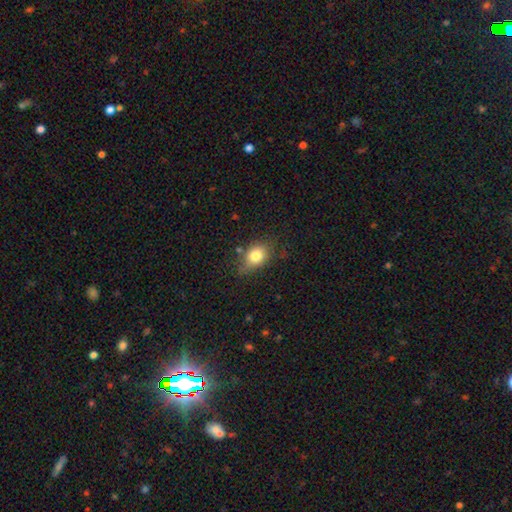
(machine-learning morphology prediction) smooth-or-featured: smooth: 79% | featured or disk: 11% | star or artifact: 10%
  how-rounded: in between: 70% | round: 28% | cigar-shaped: 2%
  merging: none: 66% | minor disturbance: 24% | major disturbance: 7% | merger: 3%